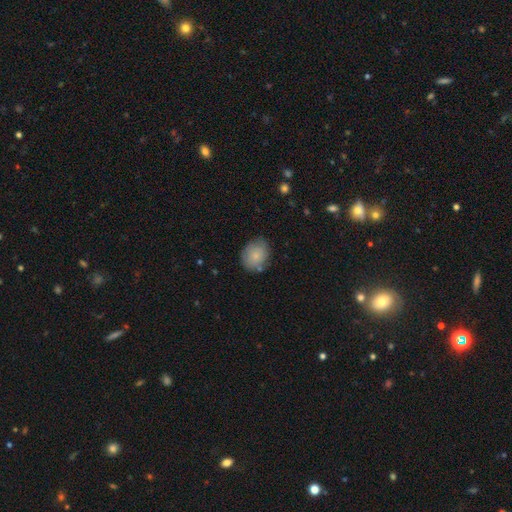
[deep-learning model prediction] Smooth or featured?
  - smooth: 82% *
  - featured or disk: 11%
  - star or artifact: 7%
How rounded?
  - in between: 51% *
  - round: 48%
  - cigar-shaped: 1%
Merging?
  - none: 76% *
  - minor disturbance: 17%
  - major disturbance: 4%
  - merger: 3%